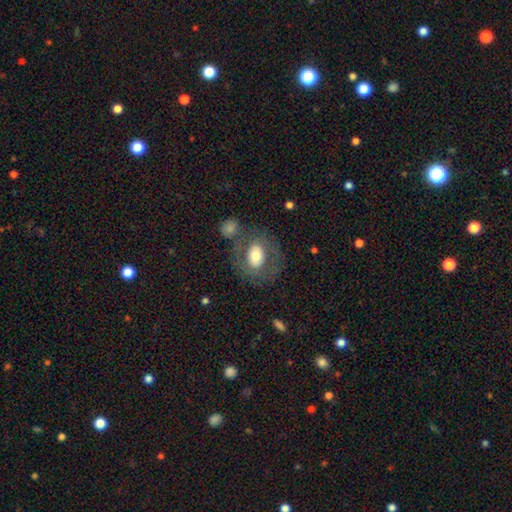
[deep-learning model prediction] smooth 57%, featured or disk 35%, star or artifact 8%. Down the decision tree: how rounded — in between (53%); merging — none (66%).